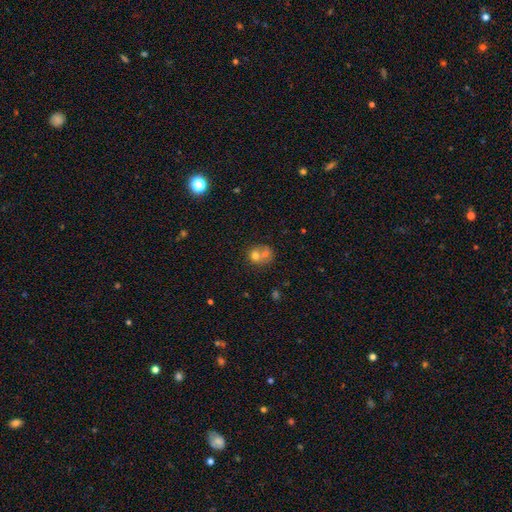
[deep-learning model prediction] smooth 66%, featured or disk 24%, star or artifact 11%. Down the decision tree: how rounded — round (67%); merging — merger (62%).